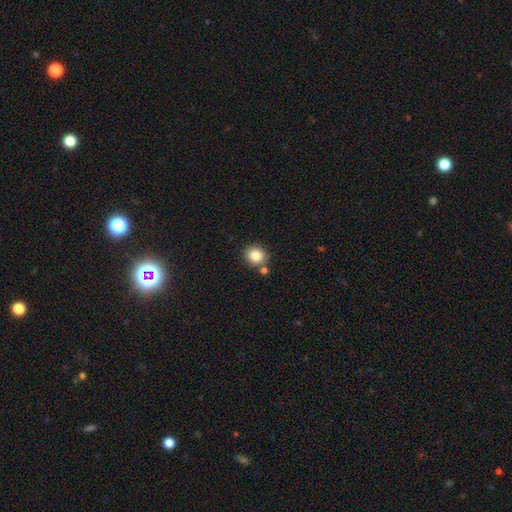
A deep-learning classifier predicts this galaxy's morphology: Smooth or featured: smooth — 84% (star or artifact — 10%)
How rounded: round — 76% (in between — 23%)
Merging: none — 76% (merger — 12%)